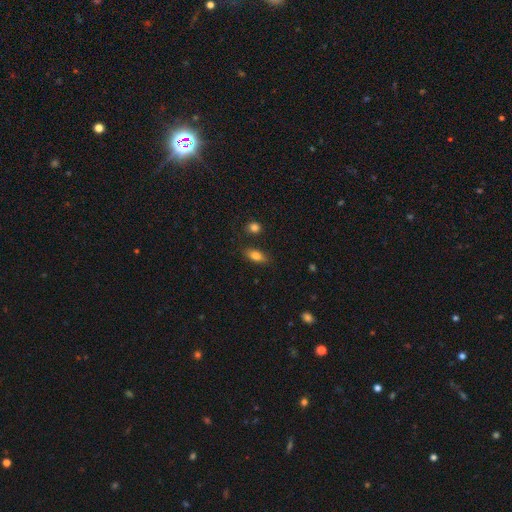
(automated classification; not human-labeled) Overall: smooth (81%). How rounded: in between (82%). Merging: none (81%).